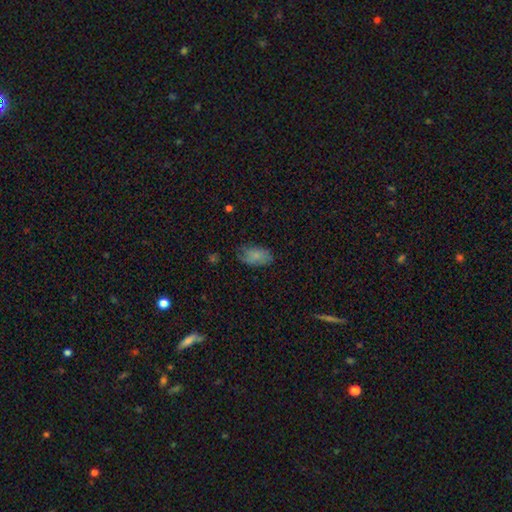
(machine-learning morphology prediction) smooth 75%, featured or disk 17%, star or artifact 9%. Down the decision tree: how rounded — in between (92%); merging — none (65%).